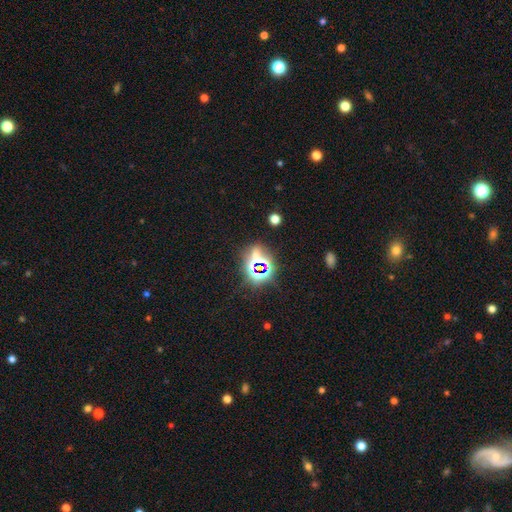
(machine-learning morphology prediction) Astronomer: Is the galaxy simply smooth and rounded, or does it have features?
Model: star or artifact — 71%.